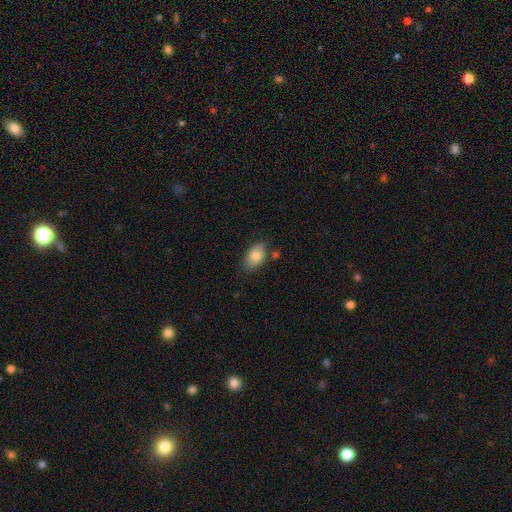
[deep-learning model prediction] Smooth or featured: smooth — 81% (featured or disk — 12%)
How rounded: in between — 91% (round — 7%)
Merging: none — 72% (minor disturbance — 19%)